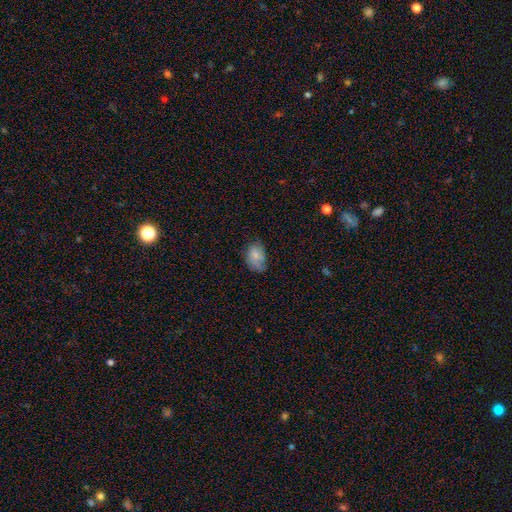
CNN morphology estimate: smooth-or-featured: smooth: 76% | featured or disk: 15% | star or artifact: 8%
  how-rounded: in between: 82% | round: 17% | cigar-shaped: 1%
  merging: none: 56% | minor disturbance: 32% | major disturbance: 10% | merger: 2%